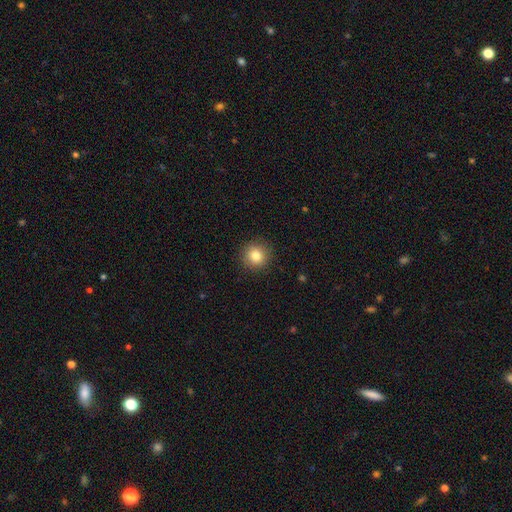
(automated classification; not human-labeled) A smooth galaxy with no disk features (83%) that is round (93%).

Vote fractions:
- Smooth or featured? smooth: 83% / star or artifact: 10% / featured or disk: 7%
- How rounded? round: 93% / in between: 6% / cigar-shaped: 1%
- Merging? none: 91% / minor disturbance: 6% / major disturbance: 2% / merger: 1%